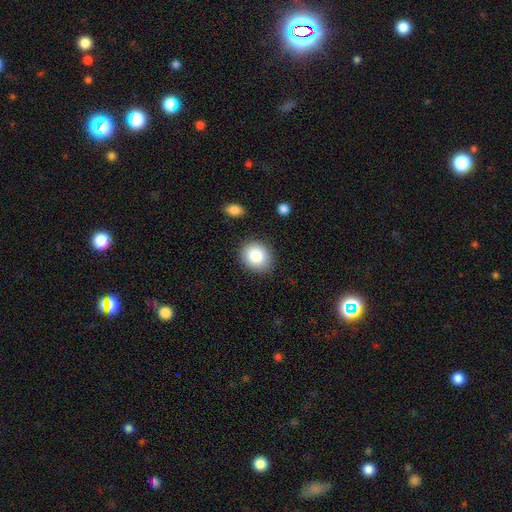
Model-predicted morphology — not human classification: smooth 85%, star or artifact 8%, featured or disk 7%. Down the decision tree: how rounded — round (61%); merging — none (86%).